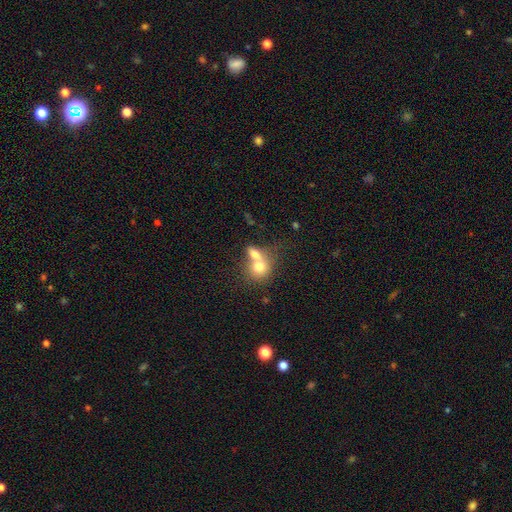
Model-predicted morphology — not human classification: Smooth or featured: smooth — 70% (featured or disk — 19%)
How rounded: round — 67% (in between — 32%)
Merging: merger — 65% (none — 25%)